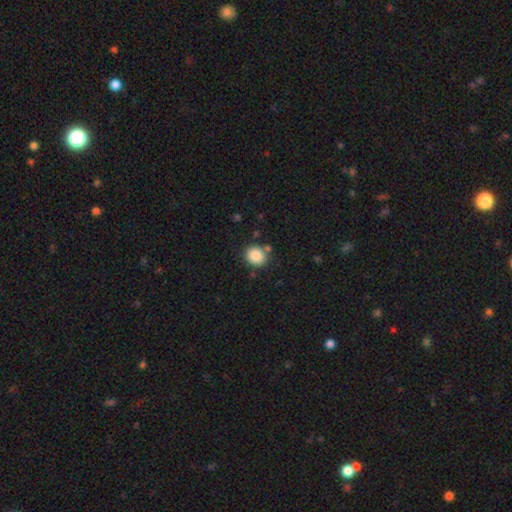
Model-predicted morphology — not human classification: A smooth galaxy with no disk features (87%) that is round (78%). Merging: none (81%).